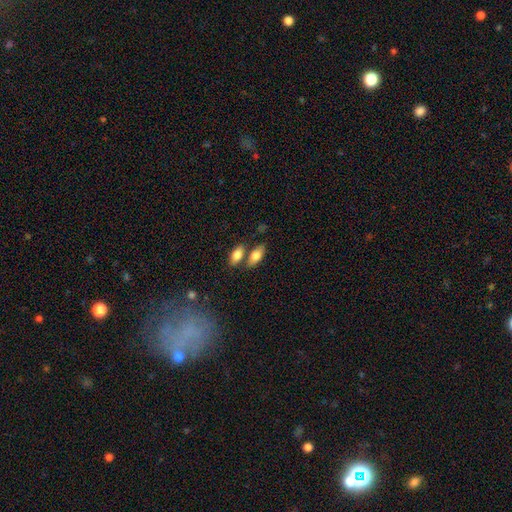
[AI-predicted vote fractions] This is likely a smooth galaxy (80%). How rounded: clearly in between (85%). Merging: likely none (60%).